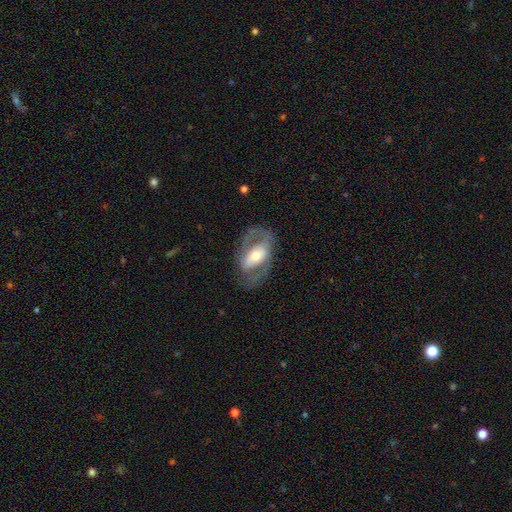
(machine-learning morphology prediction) The model was most divided on "bar": no: 39%, strong: 32%, weak: 29%. More confident: edge-on disk — no (91%); smooth or featured — featured or disk (69%); merging — none (67%); bulge size — moderate (61%); spiral arms — yes (54%).